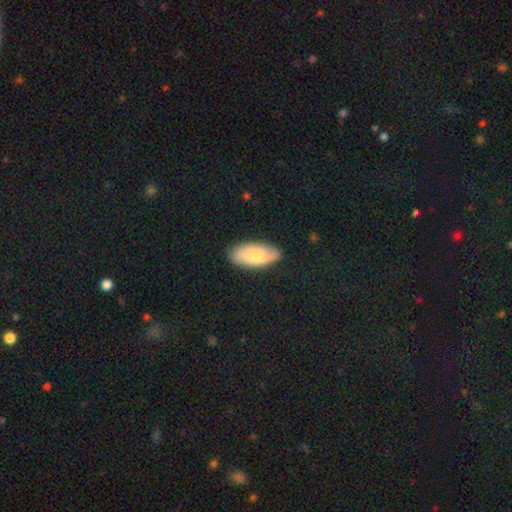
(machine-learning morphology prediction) A smooth galaxy with no disk features (73%) that is in between round and cigar-shaped (89%). Merging: none (83%).